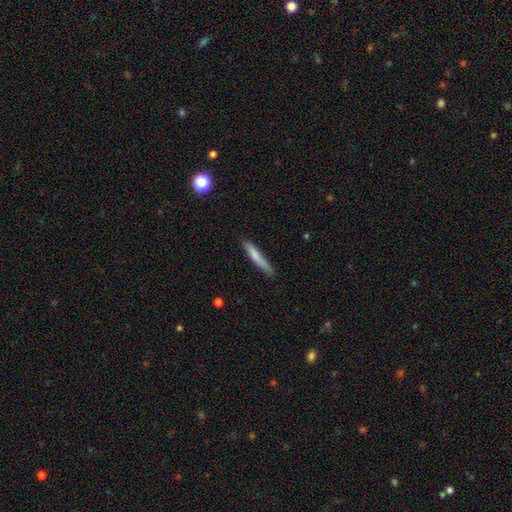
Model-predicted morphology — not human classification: Q: Smooth or featured?
A: smooth (74%); runner-up: featured or disk (20%)
Q: How rounded?
A: cigar-shaped (93%); runner-up: in between (6%)
Q: Merging?
A: none (79%); runner-up: minor disturbance (17%)